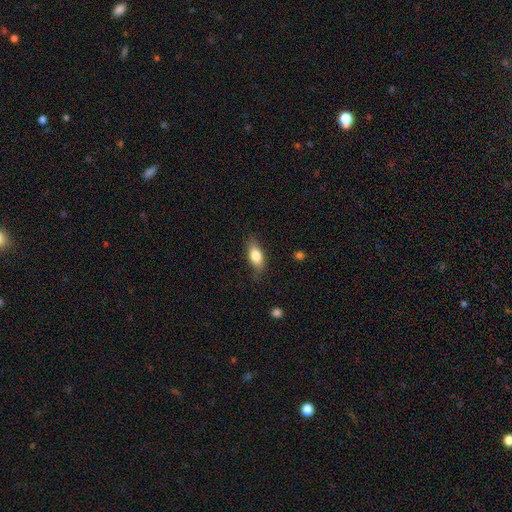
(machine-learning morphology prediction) This appears to be a smooth galaxy with no disk features (79%) that is in between round and cigar-shaped (80%). Merging: none (79%).